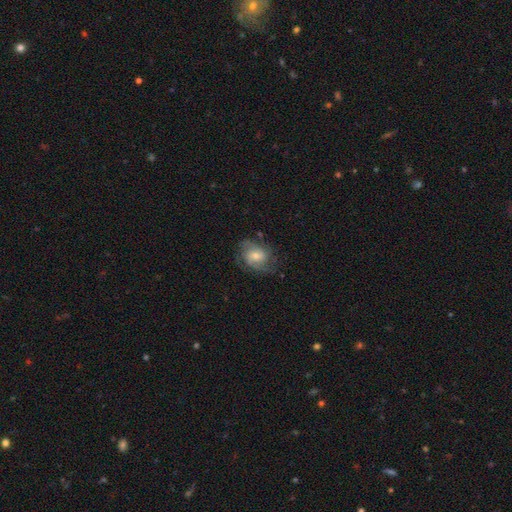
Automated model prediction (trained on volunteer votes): Morphology: type=featured or disk (60%); edge-on=no (97%); bar=no (55%); spiral arms=yes (85%); bulge=moderate (48%); merging=none (63%).